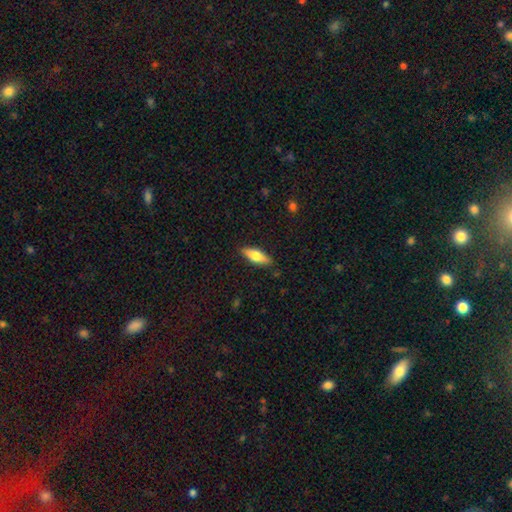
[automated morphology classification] This appears to be a smooth galaxy with no disk features (65%) that is in between round and cigar-shaped (60%). Merging: none (87%).